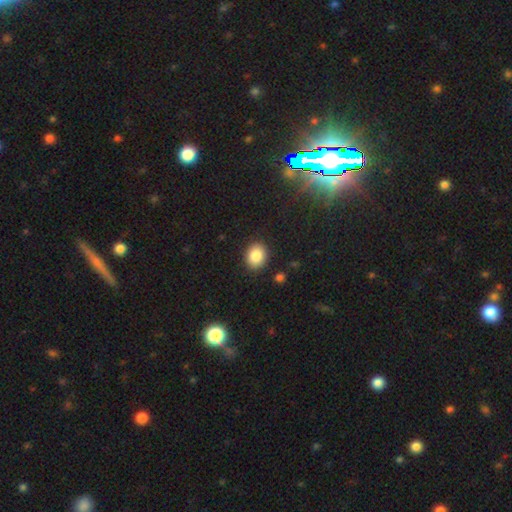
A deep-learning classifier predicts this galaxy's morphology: Q: Smooth or featured?
A: smooth (87%); runner-up: star or artifact (9%)
Q: How rounded?
A: round (52%); runner-up: in between (47%)
Q: Merging?
A: none (88%); runner-up: minor disturbance (8%)